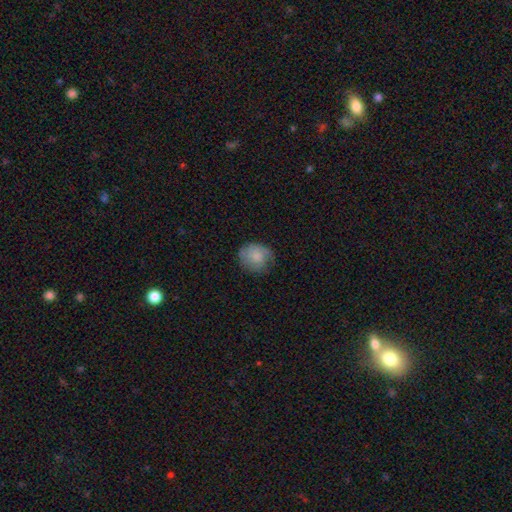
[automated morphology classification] This appears to be a smooth galaxy with no disk features (73%) that is round (75%). Merging: none (64%).